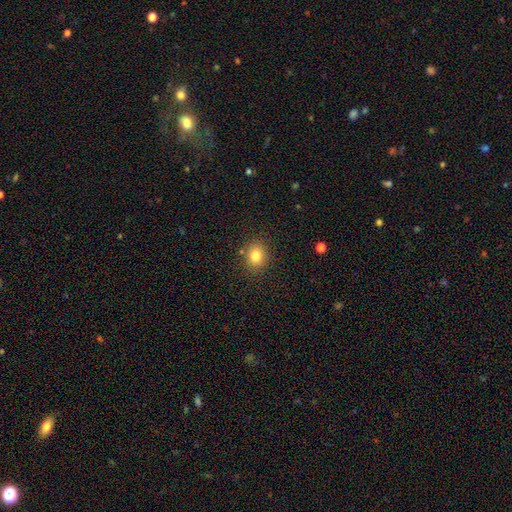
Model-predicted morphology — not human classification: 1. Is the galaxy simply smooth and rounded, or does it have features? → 81% smooth, 11% star or artifact, 7% featured or disk.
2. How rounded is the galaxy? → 59% round, 40% in between, 1% cigar-shaped.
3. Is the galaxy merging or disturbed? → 84% none, 10% minor disturbance, 3% major disturbance, 3% merger.